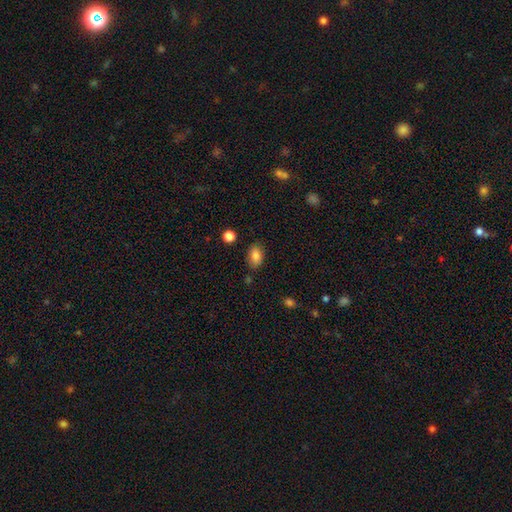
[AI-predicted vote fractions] Q: Smooth or featured?
A: smooth (84%); runner-up: star or artifact (9%)
Q: How rounded?
A: in between (86%); runner-up: round (12%)
Q: Merging?
A: none (79%); runner-up: minor disturbance (14%)